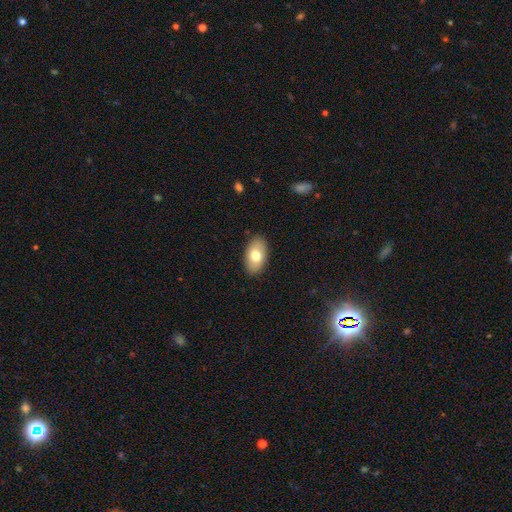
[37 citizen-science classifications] Smooth or featured? 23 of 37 (62%) said smooth. How rounded? 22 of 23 (96%) said in between. Merging? 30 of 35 (86%) said none.